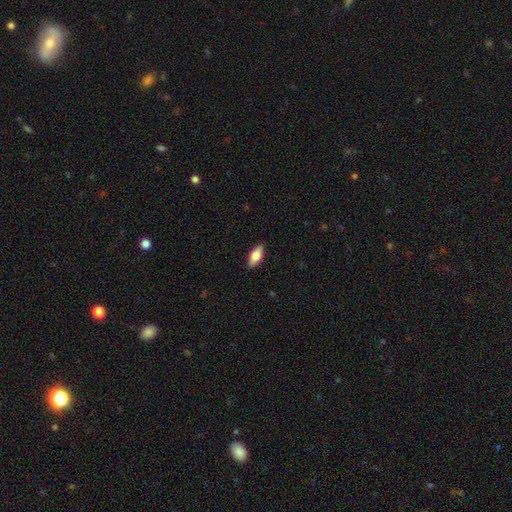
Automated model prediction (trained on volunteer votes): Smooth or featured: smooth — 70% (featured or disk — 23%)
How rounded: in between — 83% (cigar-shaped — 14%)
Merging: none — 88% (minor disturbance — 9%)